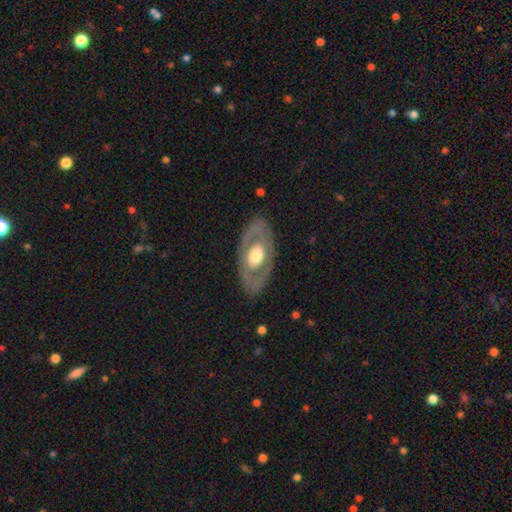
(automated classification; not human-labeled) featured or disk 60%, smooth 35%, star or artifact 5%. Down the decision tree: edge-on disk — no (89%); bar — no (83%); spiral arms — no (82%); bulge size — moderate (56%); merging — none (83%).